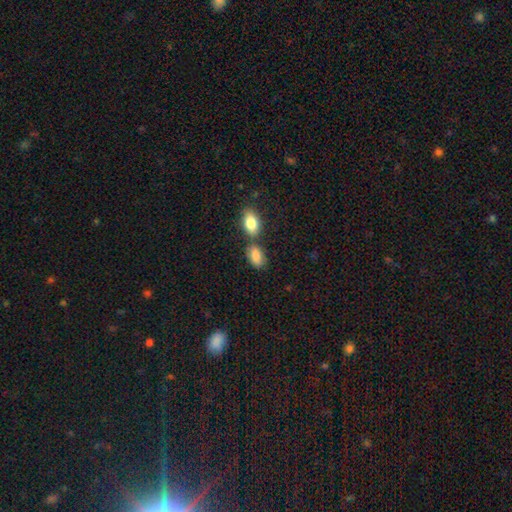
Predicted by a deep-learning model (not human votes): A smooth galaxy with no disk features (86%) that is in between round and cigar-shaped (91%).

Vote fractions:
- Smooth or featured? smooth: 86% / star or artifact: 8% / featured or disk: 7%
- How rounded? in between: 91% / round: 6% / cigar-shaped: 2%
- Merging? none: 56% / merger: 24% / minor disturbance: 15% / major disturbance: 4%